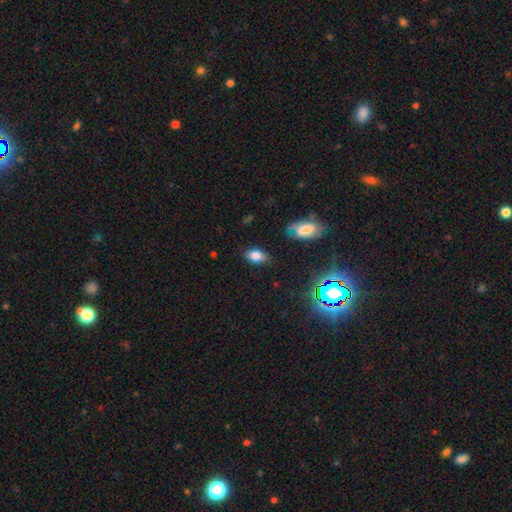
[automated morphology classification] smooth-or-featured: smooth: 80% | star or artifact: 11% | featured or disk: 9%
  how-rounded: in between: 88% | round: 9% | cigar-shaped: 2%
  merging: none: 74% | minor disturbance: 19% | major disturbance: 4% | merger: 2%